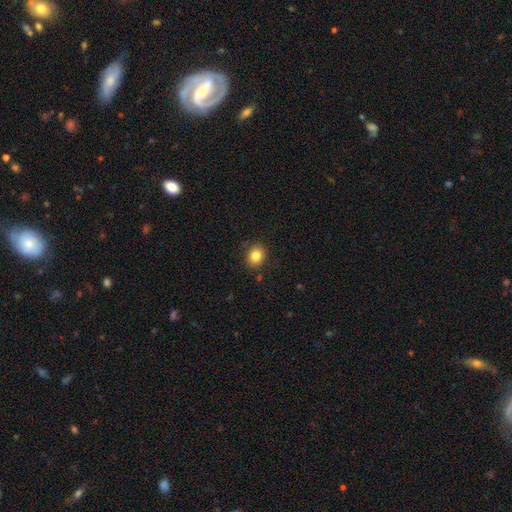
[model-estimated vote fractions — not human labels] Q: Smooth or featured?
A: smooth (83%); runner-up: star or artifact (10%)
Q: How rounded?
A: round (66%); runner-up: in between (33%)
Q: Merging?
A: none (86%); runner-up: minor disturbance (9%)